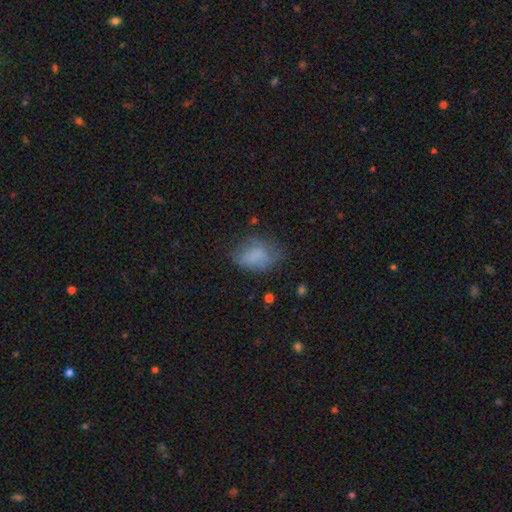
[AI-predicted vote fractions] smooth 70%, featured or disk 19%, star or artifact 11%. Down the decision tree: how rounded — in between (81%); merging — none (48%).